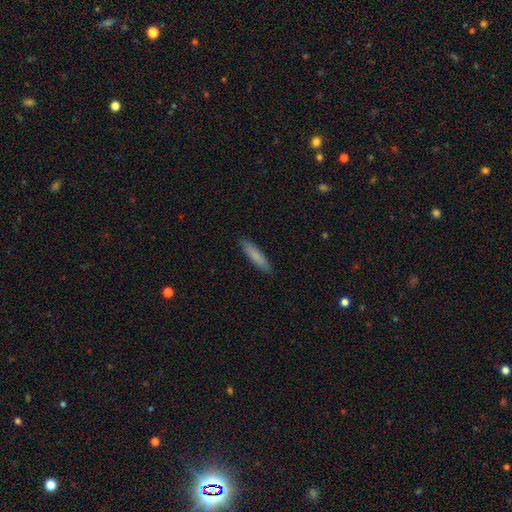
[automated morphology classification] Smooth or featured? smooth (82%)
How rounded? cigar-shaped (86%)
Merging? none (90%)